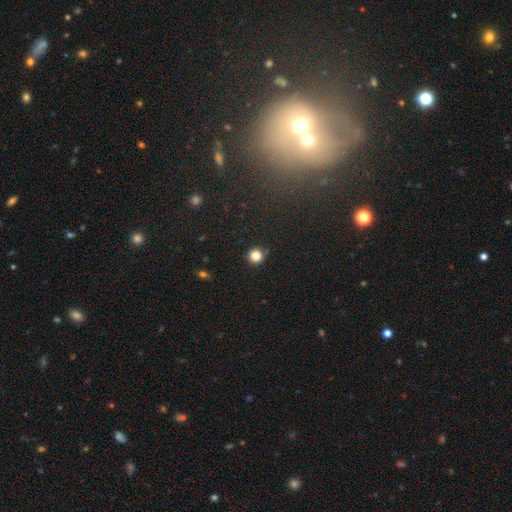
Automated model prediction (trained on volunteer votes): The model was most divided on "smooth or featured": smooth: 84%, star or artifact: 12%, featured or disk: 4%. More confident: how rounded — round (95%); merging — none (91%).